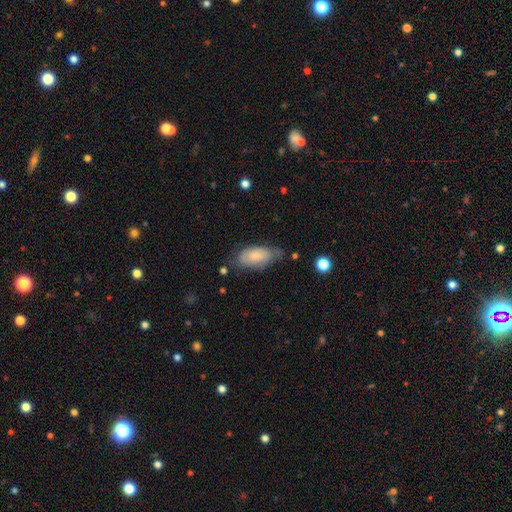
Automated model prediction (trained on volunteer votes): Q: Smooth or featured?
A: smooth (74%); runner-up: featured or disk (19%)
Q: How rounded?
A: in between (91%); runner-up: cigar-shaped (7%)
Q: Merging?
A: none (54%); runner-up: minor disturbance (33%)